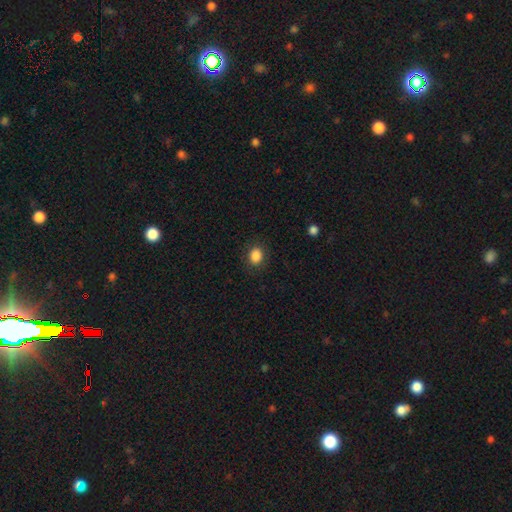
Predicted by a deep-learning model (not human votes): Q: Smooth or featured?
A: smooth (87%); runner-up: star or artifact (10%)
Q: How rounded?
A: round (55%); runner-up: in between (44%)
Q: Merging?
A: none (87%); runner-up: minor disturbance (9%)